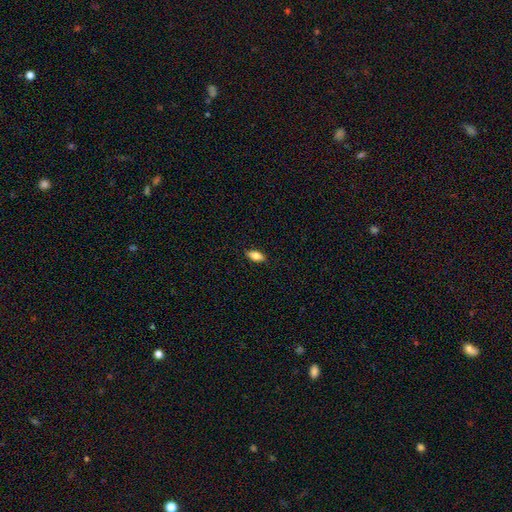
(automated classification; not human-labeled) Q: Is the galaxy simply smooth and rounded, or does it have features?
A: smooth — 82%.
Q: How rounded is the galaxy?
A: in between — 87%.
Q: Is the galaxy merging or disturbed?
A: none — 88%.